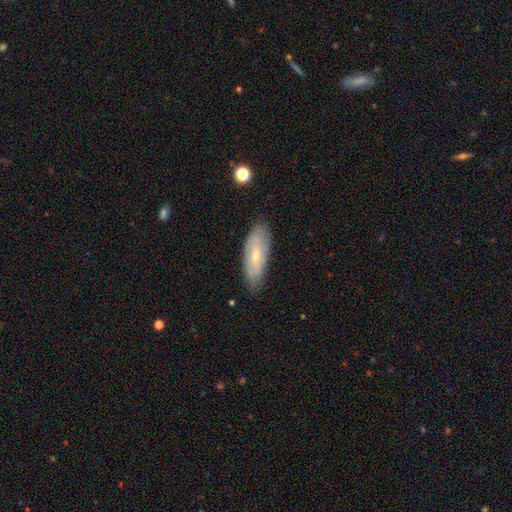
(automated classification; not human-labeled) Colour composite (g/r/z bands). It shows a featured or disk galaxy (48%). Merging: none (78%).